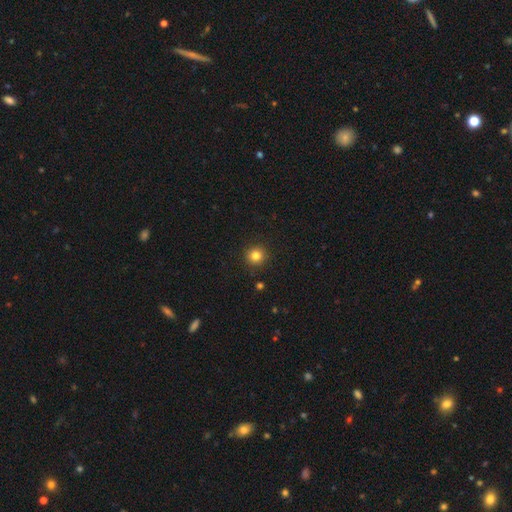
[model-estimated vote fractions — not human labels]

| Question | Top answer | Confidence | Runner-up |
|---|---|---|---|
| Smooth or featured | smooth | 82% | star or artifact (12%) |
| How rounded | round | 94% | in between (6%) |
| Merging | none | 92% | minor disturbance (6%) |